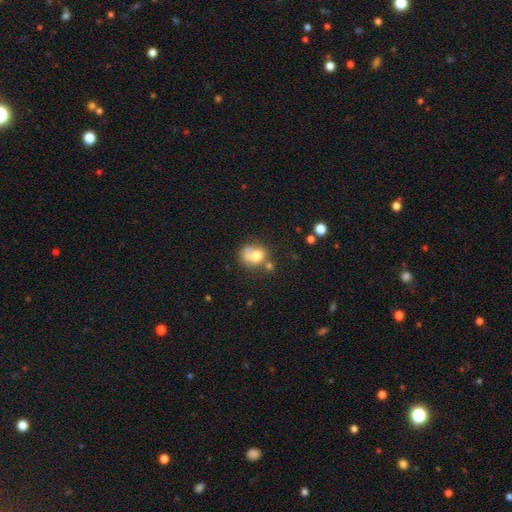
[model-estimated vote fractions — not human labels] Overall: smooth (71%). How rounded: round (61%; in between 38%). Merging: none (34%; merger 32%).